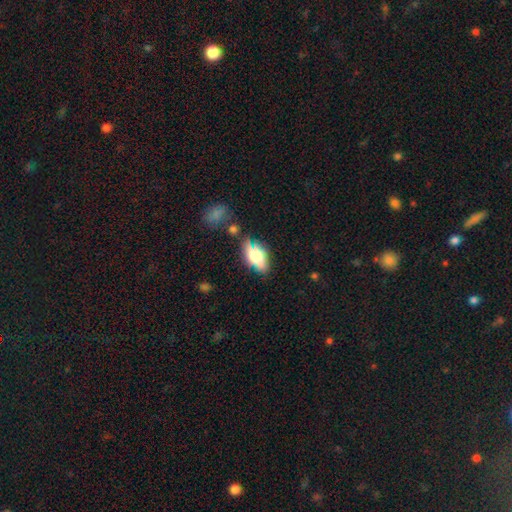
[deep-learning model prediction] The model was most divided on "smooth or featured": smooth: 60%, featured or disk: 30%, star or artifact: 10%. More confident: how rounded — in between (82%); merging — none (72%).